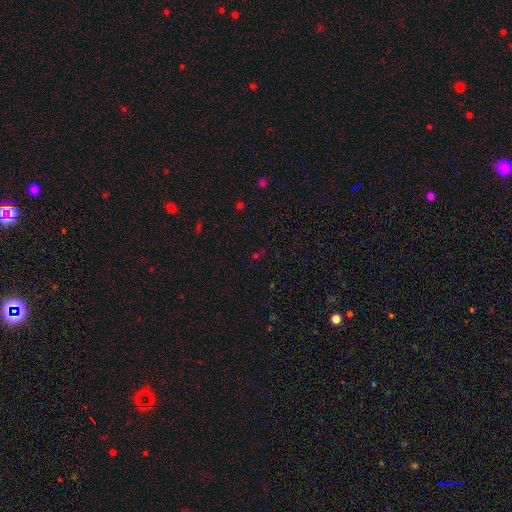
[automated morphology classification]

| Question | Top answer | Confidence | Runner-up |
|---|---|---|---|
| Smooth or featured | star or artifact | 60% | smooth (32%) |